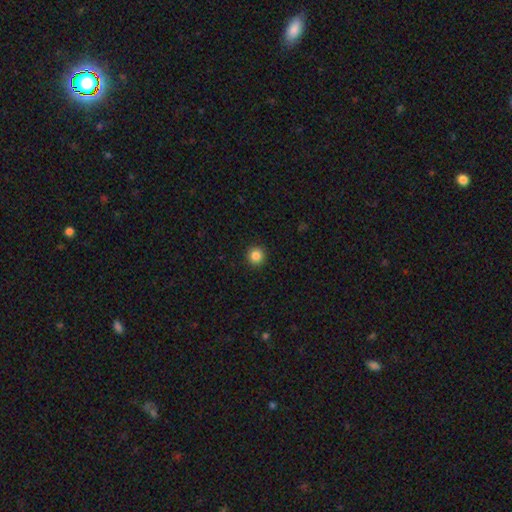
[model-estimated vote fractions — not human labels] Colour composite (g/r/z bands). It shows a smooth galaxy with no disk features (86%) that is round (95%). Merging: none (93%).